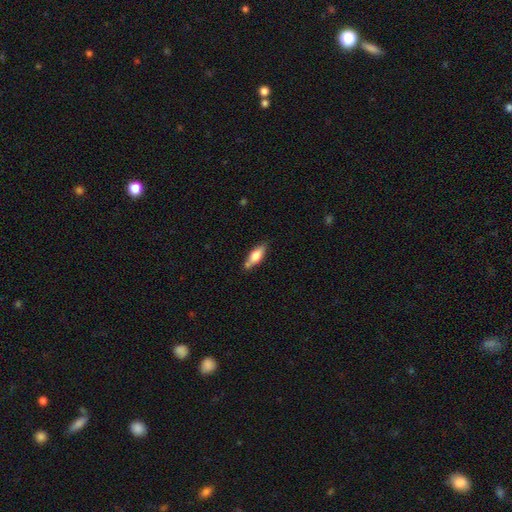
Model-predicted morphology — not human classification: Smooth or featured? smooth (64%)
How rounded? in between (64%)
Merging? none (70%)